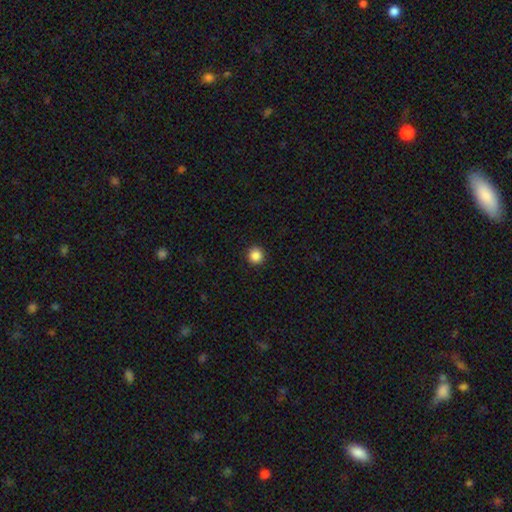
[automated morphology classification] This is clearly a smooth galaxy (86%). How rounded: clearly round (95%). Merging: clearly none (93%).